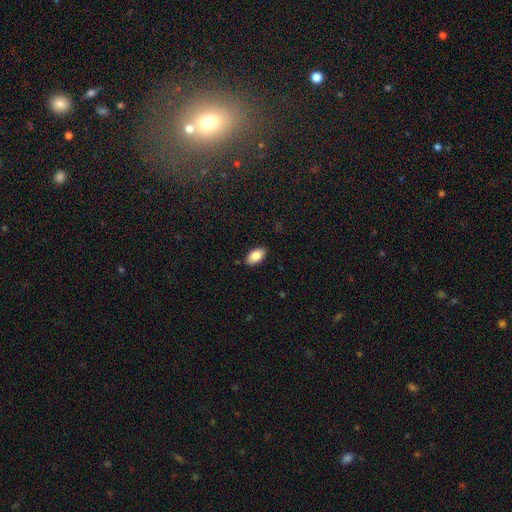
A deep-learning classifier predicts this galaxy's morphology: Smooth or featured?
  - smooth: 82% *
  - featured or disk: 11%
  - star or artifact: 7%
How rounded?
  - in between: 93% *
  - round: 4%
  - cigar-shaped: 3%
Merging?
  - none: 87% *
  - minor disturbance: 10%
  - major disturbance: 2%
  - merger: 1%